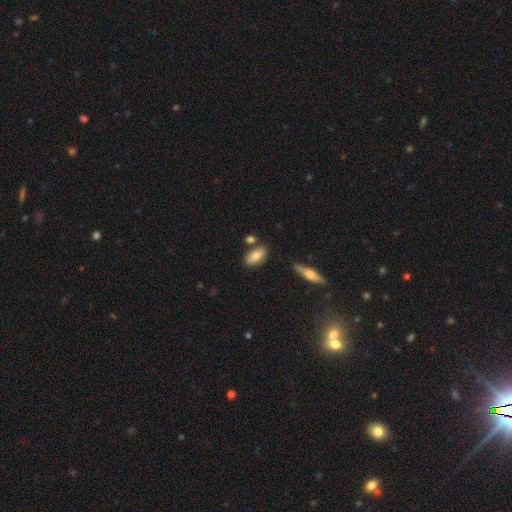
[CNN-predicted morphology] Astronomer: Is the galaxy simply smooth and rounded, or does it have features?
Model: smooth — 77%.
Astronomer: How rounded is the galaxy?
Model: in between — 90%.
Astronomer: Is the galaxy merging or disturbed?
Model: none — 75%.